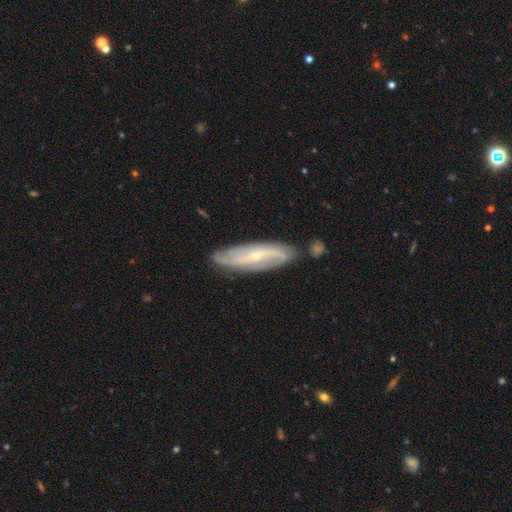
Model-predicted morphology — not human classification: type=featured or disk (81%); edge-on=no (81%); bar=no (44%); spiral arms=yes (92%); winding=medium (39%); arm count=2 (63%); bulge=small (75%); merging=none (76%).